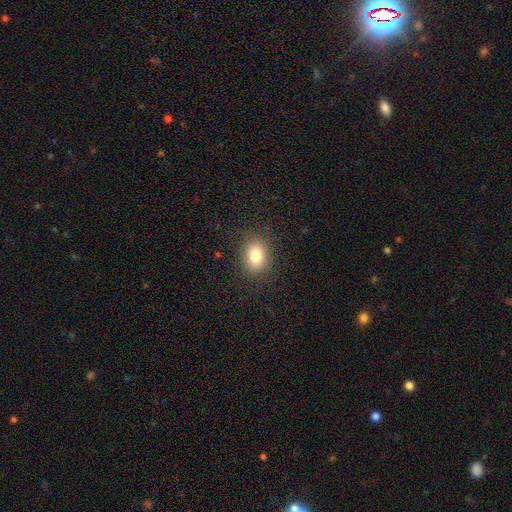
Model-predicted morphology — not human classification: Overall: smooth (82%). How rounded: in between (63%; round 36%). Merging: none (87%).